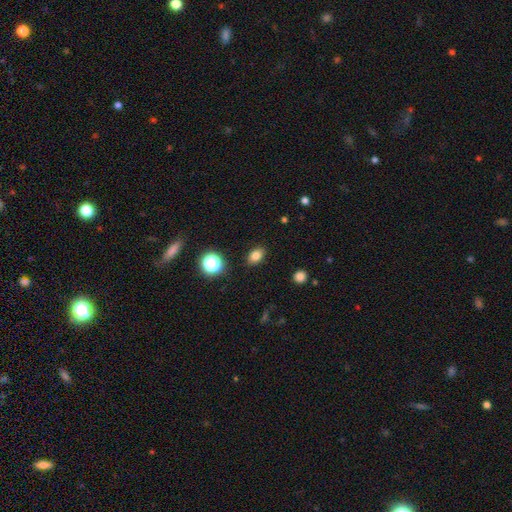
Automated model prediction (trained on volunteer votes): This is clearly a smooth galaxy (81%). How rounded: likely in between (78%). Merging: clearly none (88%).